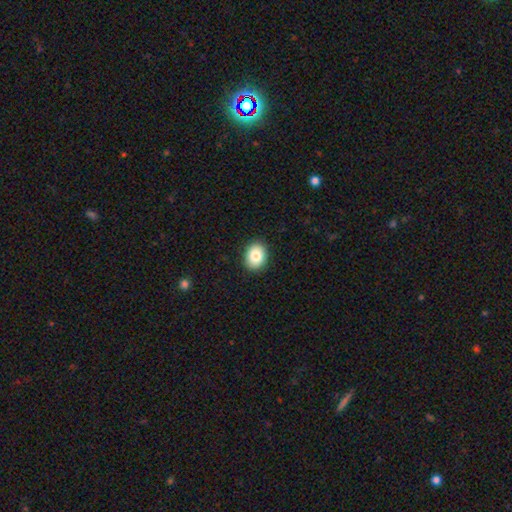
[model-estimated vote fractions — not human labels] smooth 84%, star or artifact 9%, featured or disk 7%. Down the decision tree: how rounded — in between (54%); merging — none (90%).